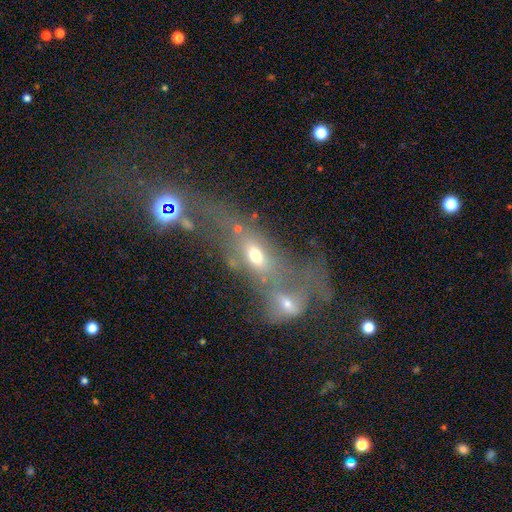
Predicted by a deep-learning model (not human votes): A smooth galaxy with no disk features (51%) that is in between round and cigar-shaped (69%). Merging: merger (56%).